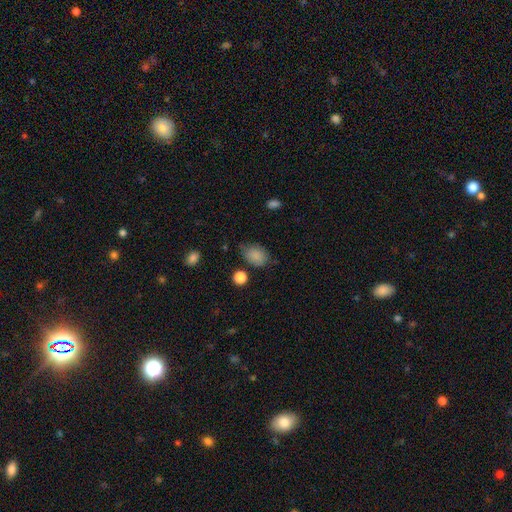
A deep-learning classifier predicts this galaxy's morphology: Smooth or featured: smooth — 85% (star or artifact — 9%)
How rounded: in between — 75% (round — 24%)
Merging: none — 64% (minor disturbance — 26%)